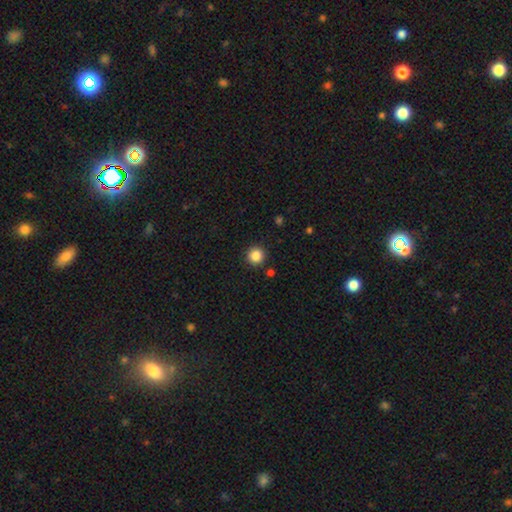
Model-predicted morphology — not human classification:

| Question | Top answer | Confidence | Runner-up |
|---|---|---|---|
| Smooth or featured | smooth | 86% | star or artifact (11%) |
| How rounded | round | 95% | in between (4%) |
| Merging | none | 91% | minor disturbance (5%) |